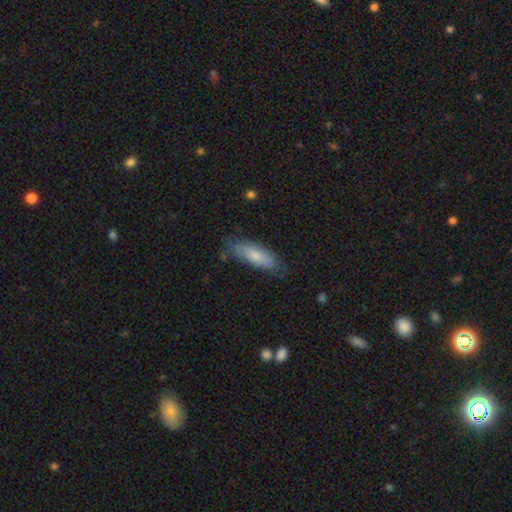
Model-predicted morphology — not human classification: A smooth galaxy with no disk features (73%) that is in between round and cigar-shaped (64%). Merging: none (68%).